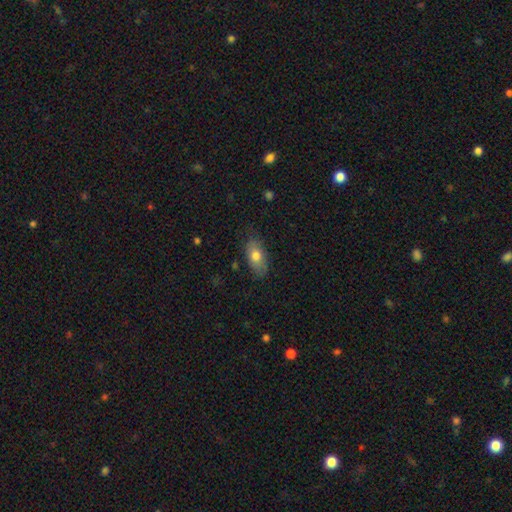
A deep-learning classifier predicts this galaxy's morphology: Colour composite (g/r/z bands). It shows a smooth galaxy with no disk features (75%) that is in between round and cigar-shaped (88%). Merging: none (79%).